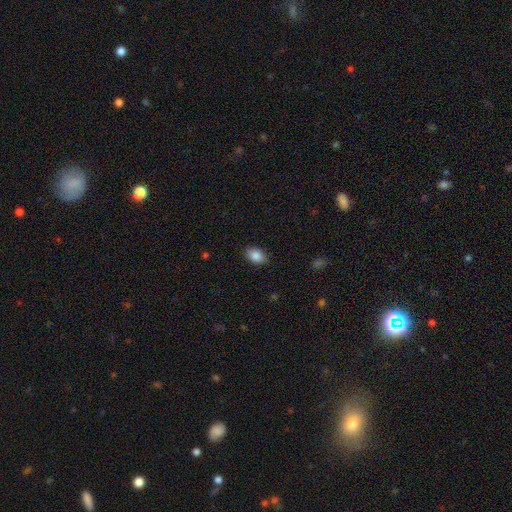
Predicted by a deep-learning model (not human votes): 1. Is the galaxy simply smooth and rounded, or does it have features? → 87% smooth, 8% star or artifact, 5% featured or disk.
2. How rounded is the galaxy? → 85% in between, 14% round, 1% cigar-shaped.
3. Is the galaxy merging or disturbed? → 87% none, 10% minor disturbance, 2% major disturbance, 1% merger.